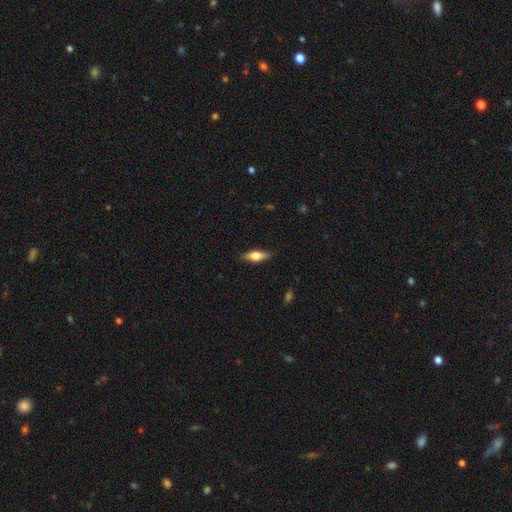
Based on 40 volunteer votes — Smooth or featured: smooth — 55% (featured or disk — 38%)
How rounded: in between — 82% (cigar-shaped — 18%)
Merging: none — 89% (minor disturbance — 11%)